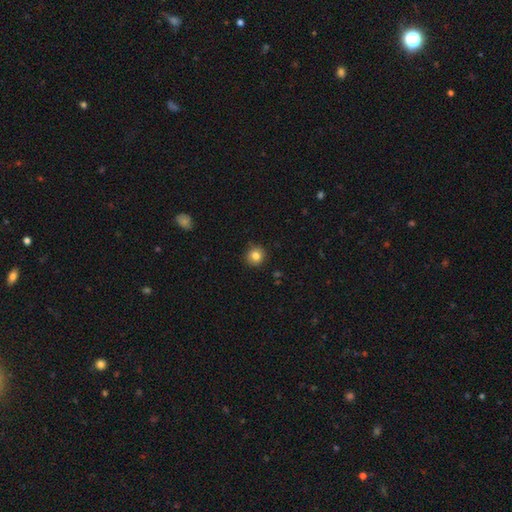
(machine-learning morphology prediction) type=smooth (83%); roundness=round (92%); merging=none (89%).